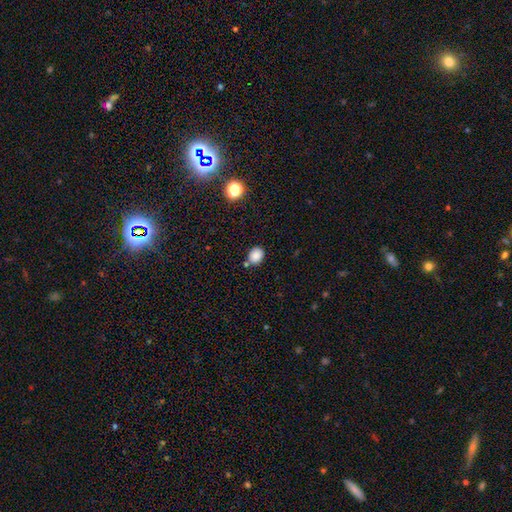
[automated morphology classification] Overall: smooth (85%). How rounded: round (56%; in between 43%). Merging: none (75%).